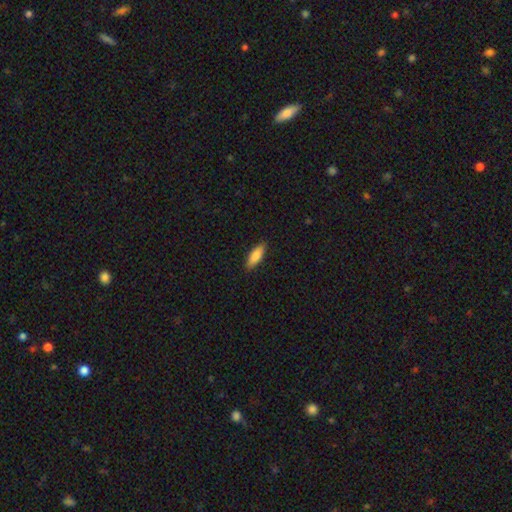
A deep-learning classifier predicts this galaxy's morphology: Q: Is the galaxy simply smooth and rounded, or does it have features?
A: smooth — 85%.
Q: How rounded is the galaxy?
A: in between — 61%.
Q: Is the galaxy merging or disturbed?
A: none — 89%.